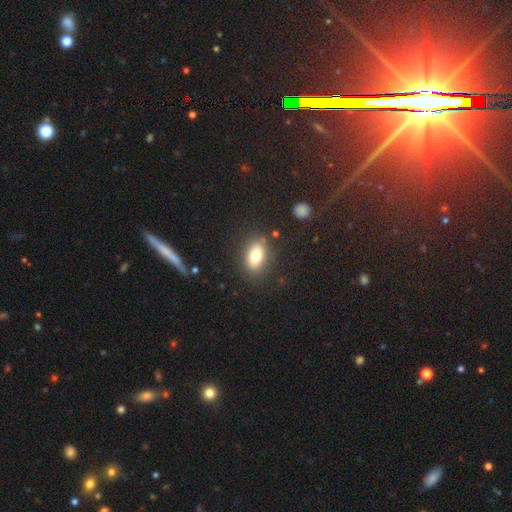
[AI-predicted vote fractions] Q: Smooth or featured?
A: smooth (75%); runner-up: featured or disk (16%)
Q: How rounded?
A: in between (83%); runner-up: round (14%)
Q: Merging?
A: none (82%); runner-up: minor disturbance (12%)